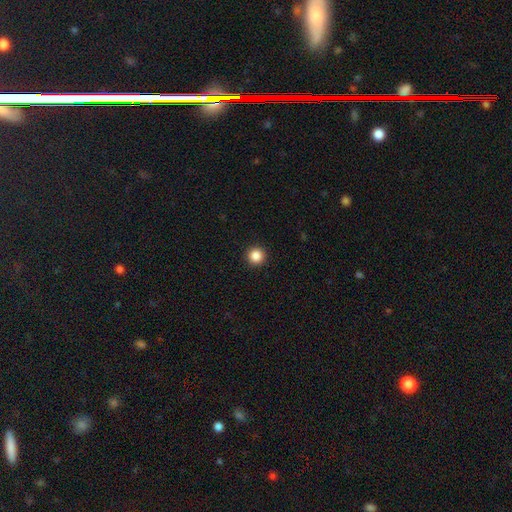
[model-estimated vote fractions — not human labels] Overall: smooth (86%). How rounded: round (96%). Merging: none (94%).